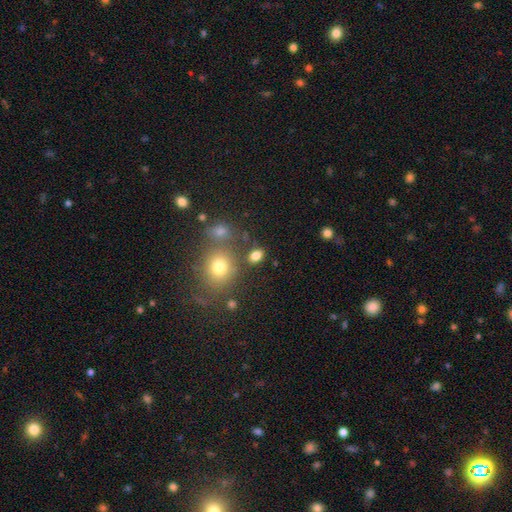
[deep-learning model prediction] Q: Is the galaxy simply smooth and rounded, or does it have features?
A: smooth — 79%.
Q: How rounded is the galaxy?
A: in between — 71%.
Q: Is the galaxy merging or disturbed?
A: none — 75%.